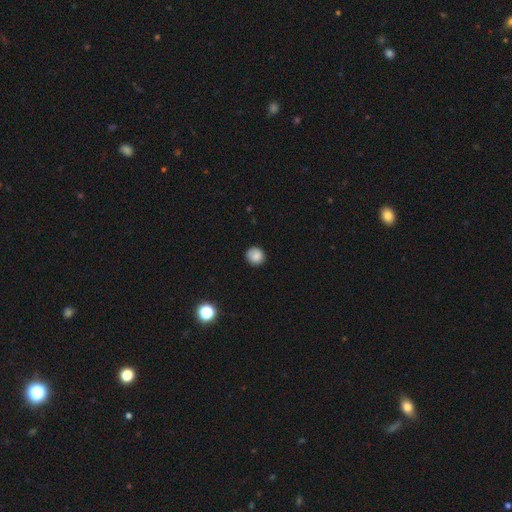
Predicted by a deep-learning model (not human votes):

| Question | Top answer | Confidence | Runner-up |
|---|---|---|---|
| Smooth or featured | smooth | 85% | star or artifact (10%) |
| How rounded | round | 91% | in between (8%) |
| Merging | none | 85% | minor disturbance (11%) |